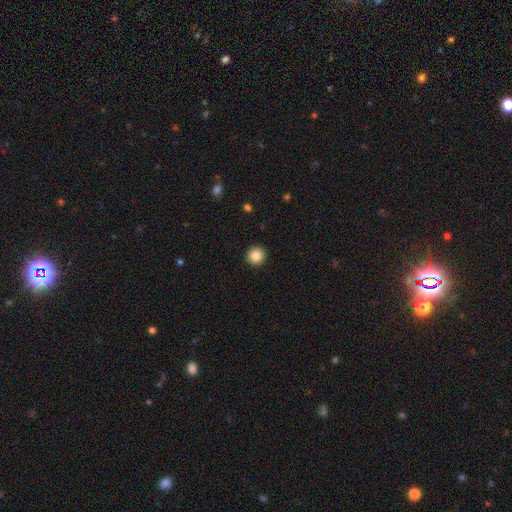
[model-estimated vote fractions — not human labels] This is clearly a smooth galaxy (85%). How rounded: clearly round (95%). Merging: clearly none (93%).